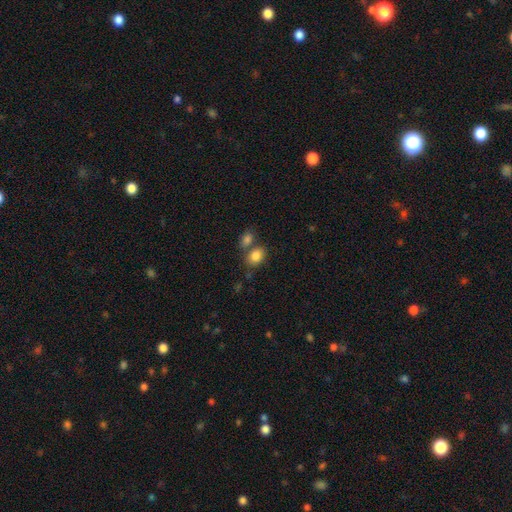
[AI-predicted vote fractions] smooth 84%, star or artifact 9%, featured or disk 7%. Down the decision tree: how rounded — in between (70%); merging — none (52%).